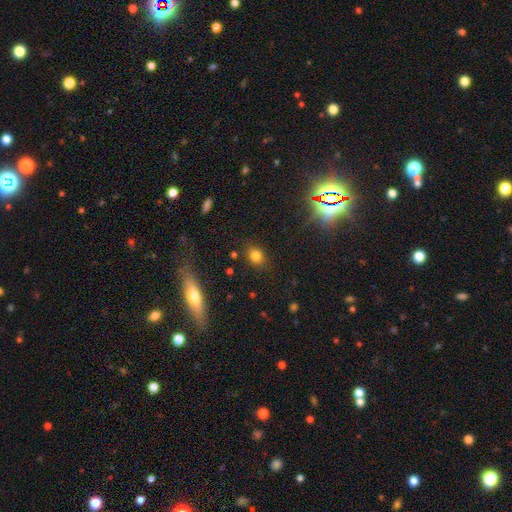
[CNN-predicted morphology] Smooth or featured: smooth — 78% (star or artifact — 15%)
How rounded: round — 57% (in between — 41%)
Merging: none — 84% (minor disturbance — 11%)